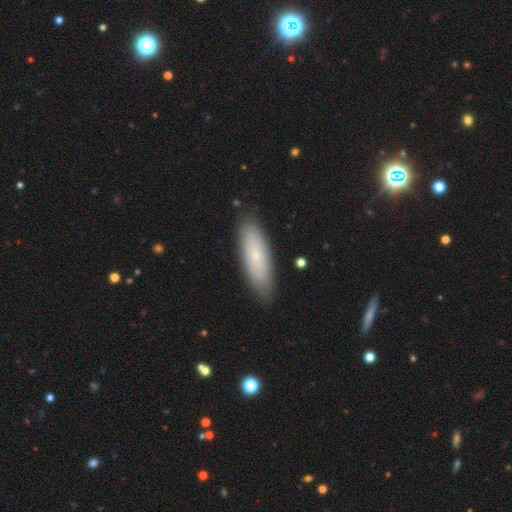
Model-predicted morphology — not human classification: The model was most divided on "how rounded": in between: 50%, cigar-shaped: 48%, round: 2%. More confident: merging — none (86%); smooth or featured — smooth (65%).